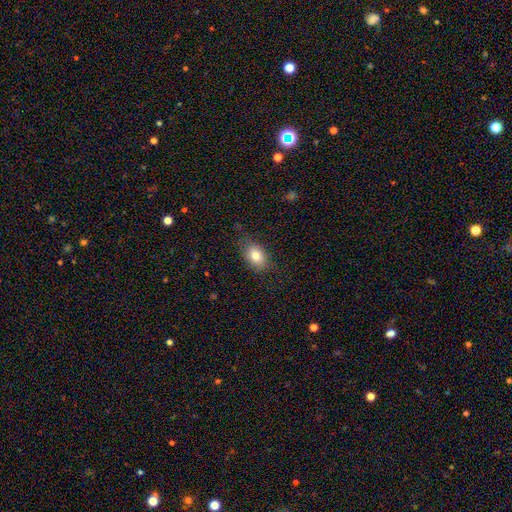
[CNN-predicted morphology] Q: Smooth or featured?
A: smooth (80%); runner-up: featured or disk (11%)
Q: How rounded?
A: in between (81%); runner-up: round (17%)
Q: Merging?
A: none (77%); runner-up: minor disturbance (17%)